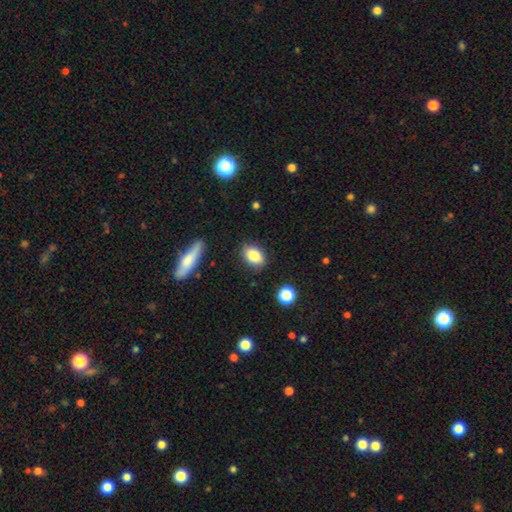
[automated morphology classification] type=smooth (85%); roundness=in between (81%); merging=none (79%).